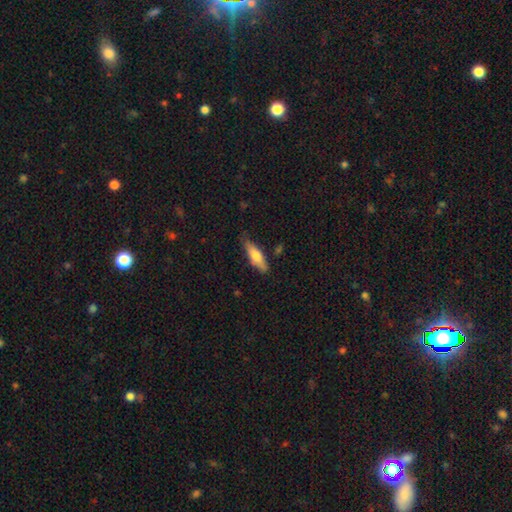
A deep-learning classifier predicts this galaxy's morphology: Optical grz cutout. It shows a smooth galaxy with no disk features (68%) that is cigar-shaped (53%). Merging: none (73%).